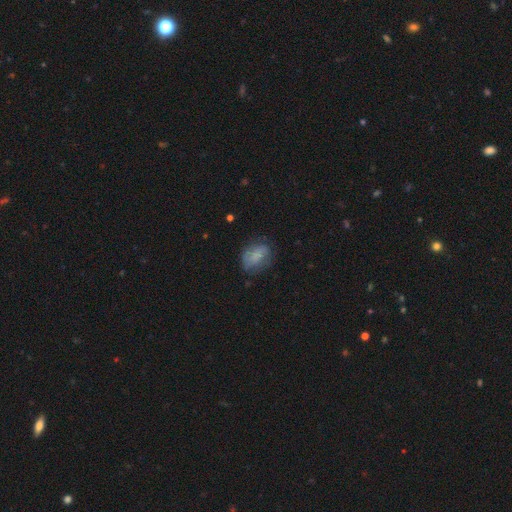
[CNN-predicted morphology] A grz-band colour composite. It shows a smooth galaxy with no disk features (69%) that is in between round and cigar-shaped (74%). Merging: none (61%).